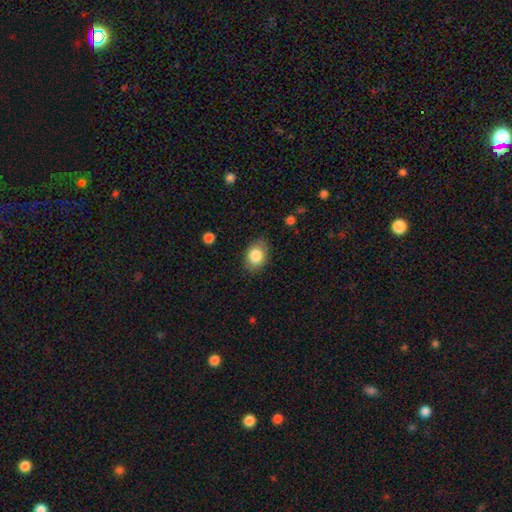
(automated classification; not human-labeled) This appears to be a smooth galaxy with no disk features (84%) that is in between round and cigar-shaped (68%). Merging: none (81%).